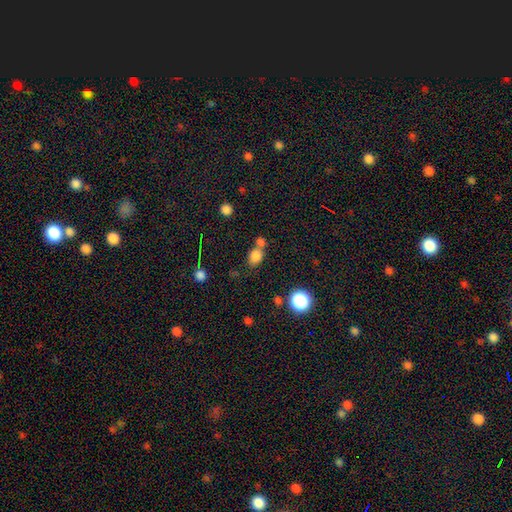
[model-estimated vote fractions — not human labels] smooth-or-featured: smooth: 80% | star or artifact: 13% | featured or disk: 7%
  how-rounded: in between: 56% | round: 43% | cigar-shaped: 2%
  merging: none: 46% | merger: 39% | minor disturbance: 11% | major disturbance: 4%